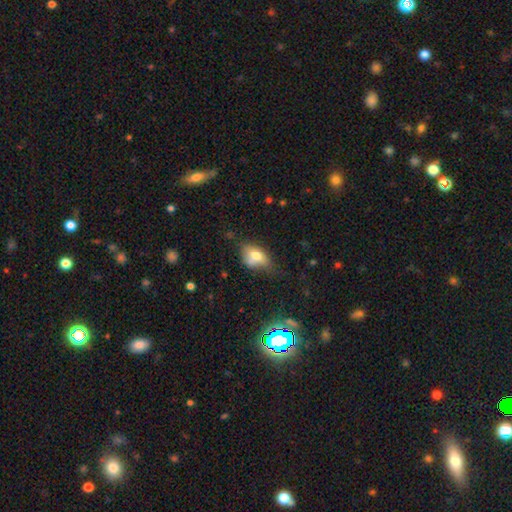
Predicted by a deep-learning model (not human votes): This appears to be a smooth galaxy with no disk features (69%) that is in between round and cigar-shaped (82%). Merging: none (40%).